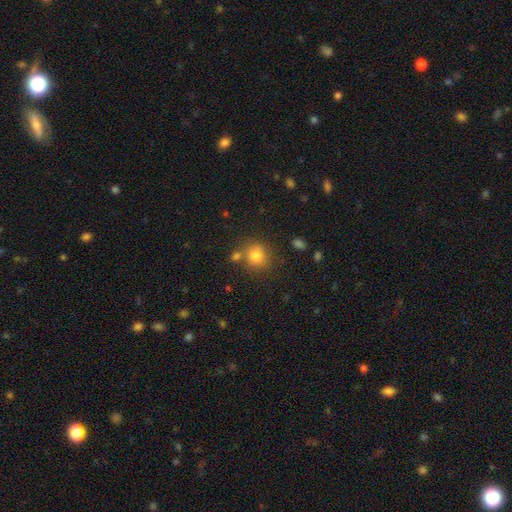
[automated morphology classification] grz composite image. It shows a smooth galaxy with no disk features (79%) that is round (80%). Merging: none (70%).